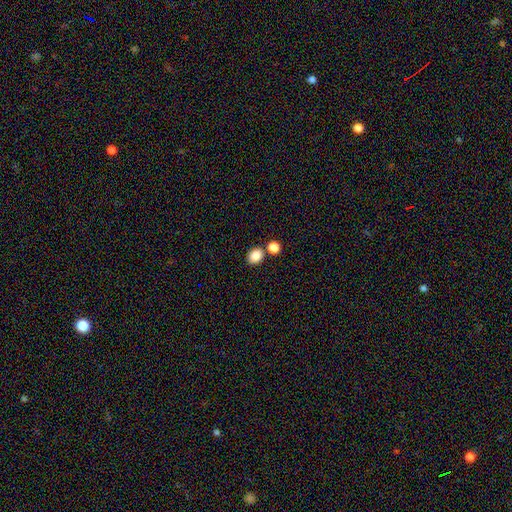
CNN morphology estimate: A smooth galaxy with no disk features (86%) that is round (50%).

Vote fractions:
- Smooth or featured? smooth: 86% / star or artifact: 10% / featured or disk: 4%
- How rounded? round: 50% / in between: 49% / cigar-shaped: 1%
- Merging? none: 71% / merger: 18% / minor disturbance: 9% / major disturbance: 3%